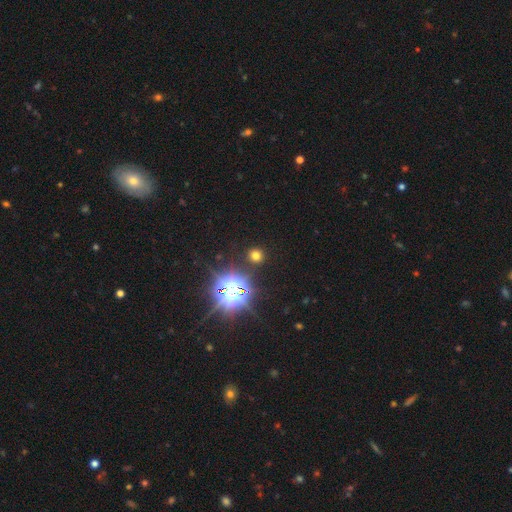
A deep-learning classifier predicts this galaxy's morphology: A smooth galaxy with no disk features (58%) that is round (85%). Merging: none (87%).